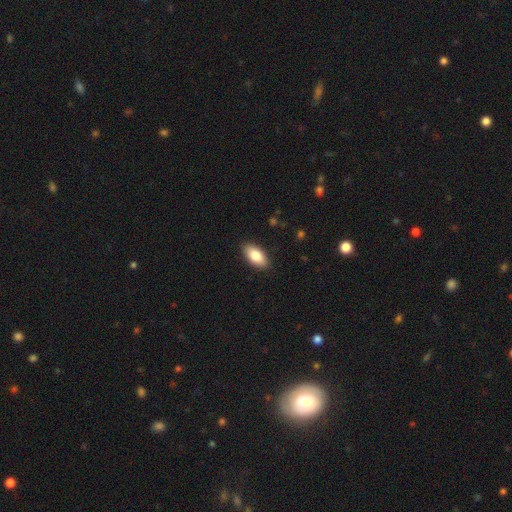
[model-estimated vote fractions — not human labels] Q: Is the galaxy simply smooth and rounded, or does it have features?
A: smooth — 83%.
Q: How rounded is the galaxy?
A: in between — 92%.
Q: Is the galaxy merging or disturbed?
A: none — 89%.